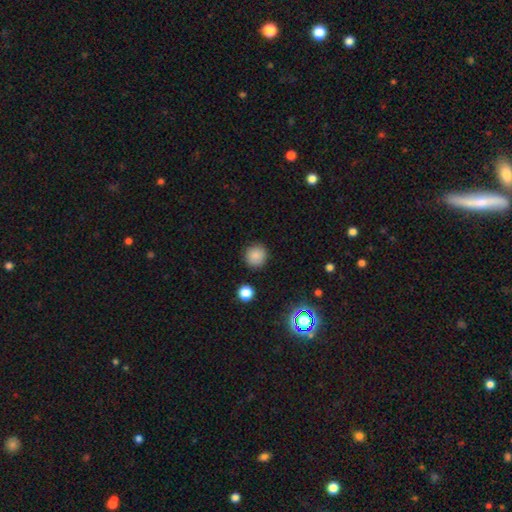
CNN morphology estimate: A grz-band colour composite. It shows a smooth galaxy with no disk features (85%) that is round (93%). Merging: none (89%).